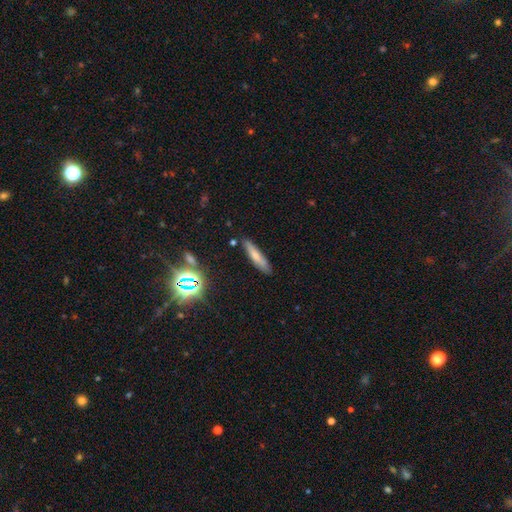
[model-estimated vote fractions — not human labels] A smooth galaxy with no disk features (67%) that is cigar-shaped (82%). Merging: none (82%).